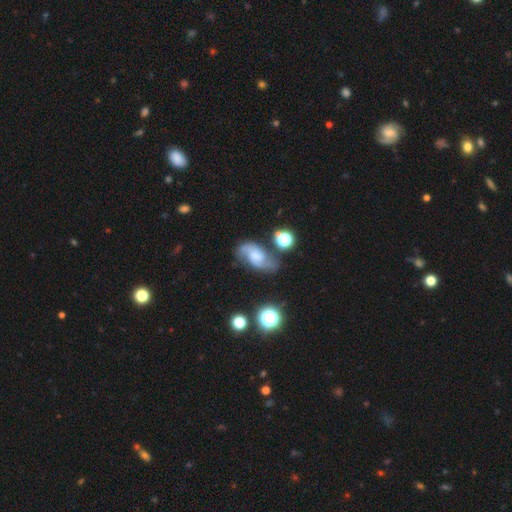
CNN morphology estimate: smooth_or_featured: featured or disk (p=0.74) [alt: smooth p=0.17]
disk_edge_on: no (p=0.96) [alt: yes p=0.04]
bar: weak (p=0.46) [alt: no p=0.44]
has_spiral_arms: yes (p=0.94) [alt: no p=0.06]
spiral_winding: medium (p=0.49) [alt: loose p=0.36]
spiral_arm_count: 2 (p=0.87) [alt: can't tell p=0.06]
bulge_size: moderate (p=0.32) [alt: small p=0.30]
merging: none (p=0.64) [alt: minor disturbance p=0.20]